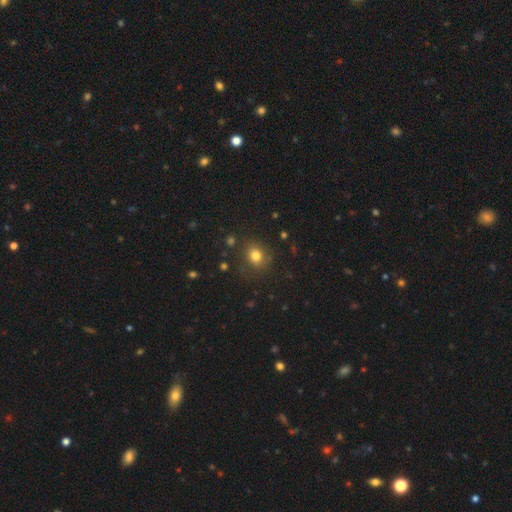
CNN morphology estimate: The model was most divided on "how rounded": round: 70%, in between: 29%, cigar-shaped: 1%. More confident: smooth or featured — smooth (80%); merging — none (78%).